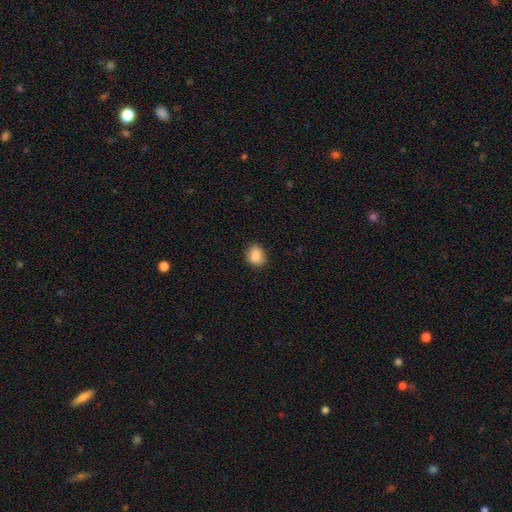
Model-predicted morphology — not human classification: This appears to be a smooth galaxy with no disk features (85%) that is round (54%). Merging: none (82%).